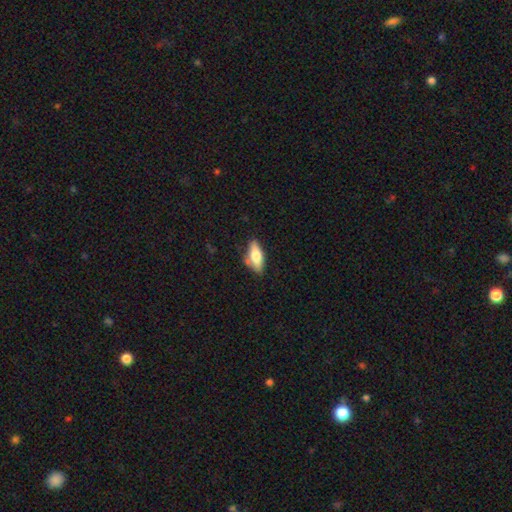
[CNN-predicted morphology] This is likely a smooth galaxy (68%). How rounded: likely in between (72%). Merging: likely none (68%).